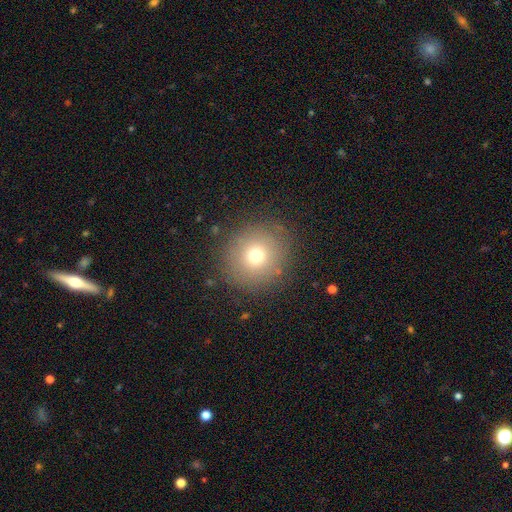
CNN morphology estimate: type=smooth (72%); roundness=round (94%); merging=none (87%).